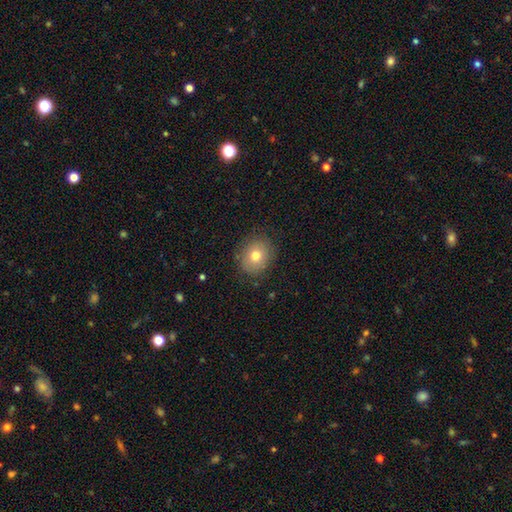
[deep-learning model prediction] Q: Smooth or featured?
A: smooth (76%); runner-up: featured or disk (13%)
Q: How rounded?
A: round (67%); runner-up: in between (32%)
Q: Merging?
A: none (85%); runner-up: minor disturbance (11%)